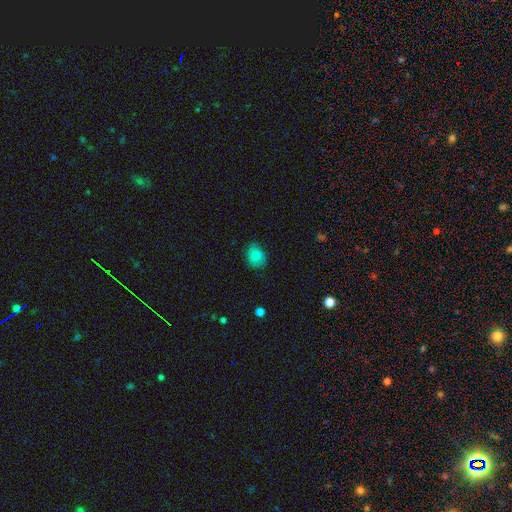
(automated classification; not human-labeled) Smooth or featured: smooth — 81% (featured or disk — 11%)
How rounded: in between — 53% (round — 46%)
Merging: none — 75% (minor disturbance — 20%)